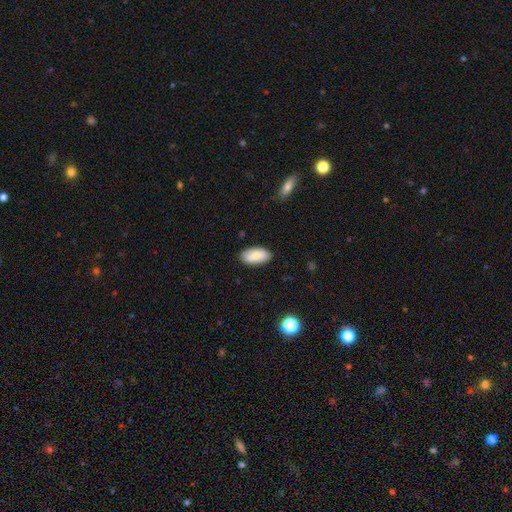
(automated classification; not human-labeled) Smooth or featured? Predicted: smooth (p=0.85). How rounded? Predicted: in between (p=0.93). Merging? Predicted: none (p=0.85).